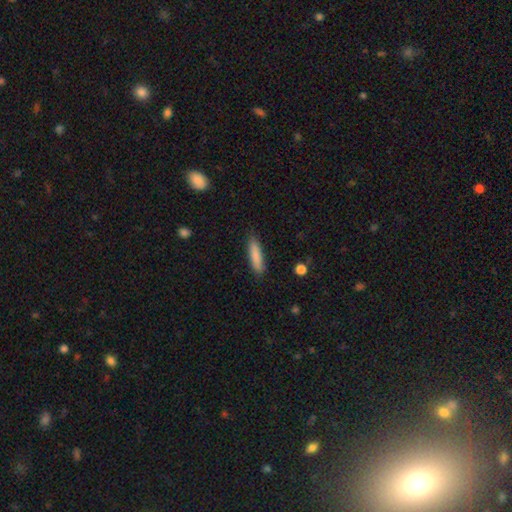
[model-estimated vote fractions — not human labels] Overall: smooth (86%). How rounded: cigar-shaped (77%). Merging: none (86%).